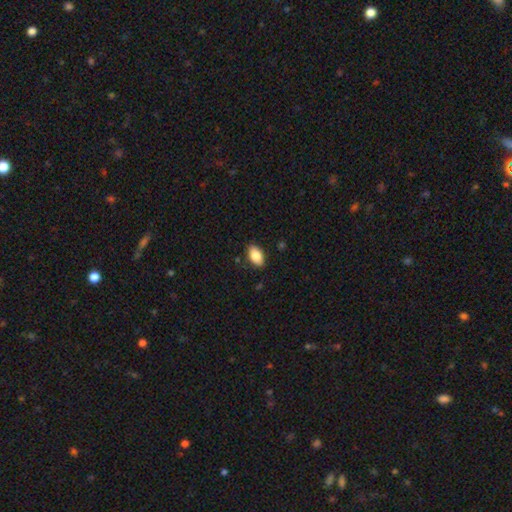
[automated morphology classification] This is clearly a smooth galaxy (86%). How rounded: clearly in between (93%). Merging: clearly none (86%).